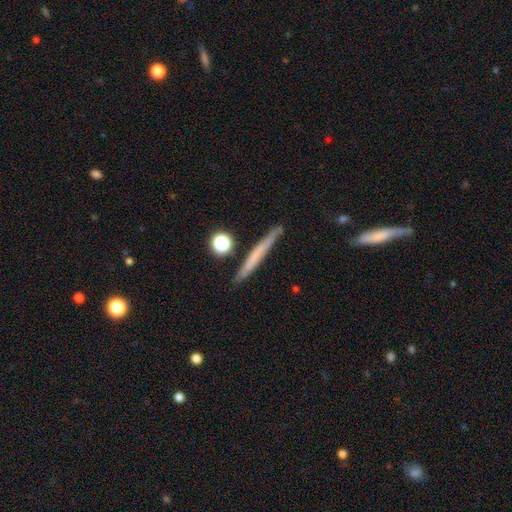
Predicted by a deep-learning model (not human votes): Morphology: type=smooth (54%); roundness=cigar-shaped (96%); merging=none (86%).